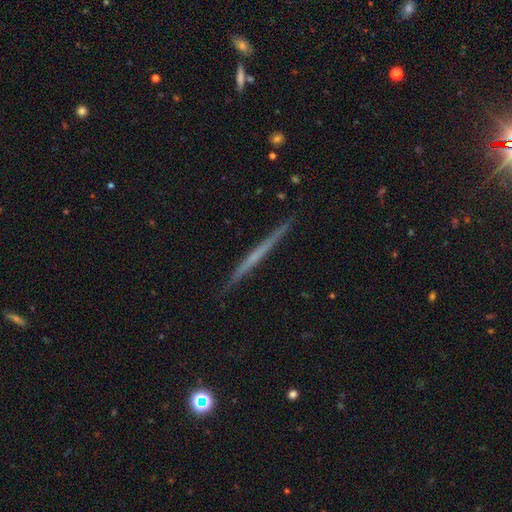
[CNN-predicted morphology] This is likely a featured or disk galaxy (60%). It is clearly viewed edge-on (98%). Edge-on bulge: clearly none (87%). Merging: clearly none (91%).